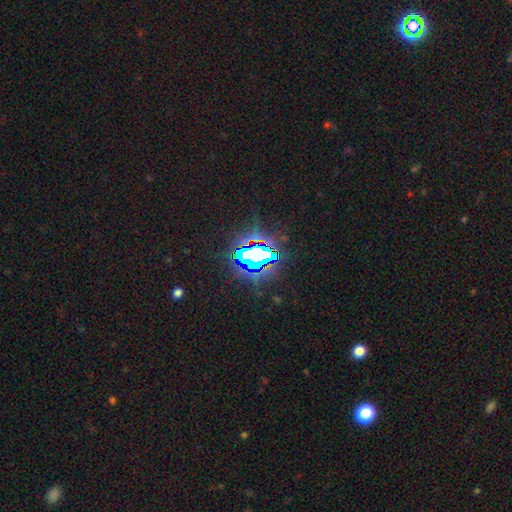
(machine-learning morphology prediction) Overall: star or artifact (75%).